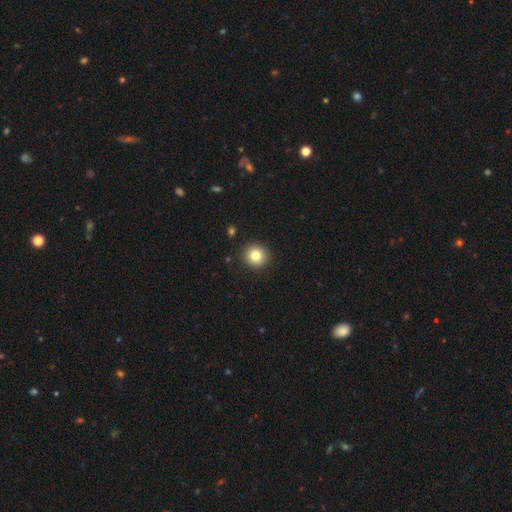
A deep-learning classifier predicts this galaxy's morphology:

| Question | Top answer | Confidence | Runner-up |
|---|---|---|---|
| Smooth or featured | smooth | 80% | star or artifact (11%) |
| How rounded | round | 94% | in between (5%) |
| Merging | none | 91% | minor disturbance (6%) |